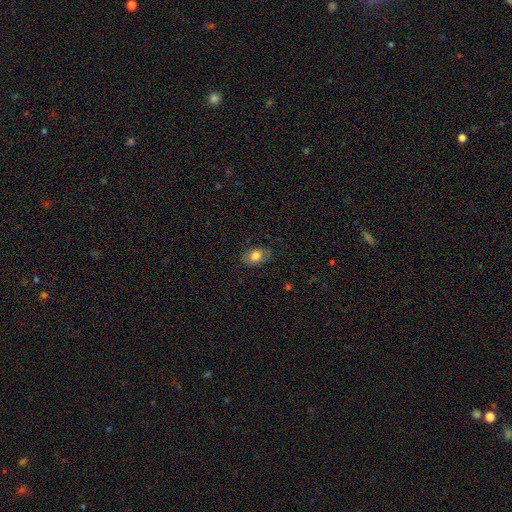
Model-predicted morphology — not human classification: The model was most divided on "smooth or featured": smooth: 77%, featured or disk: 15%, star or artifact: 8%. More confident: how rounded — in between (83%); merging — none (80%).